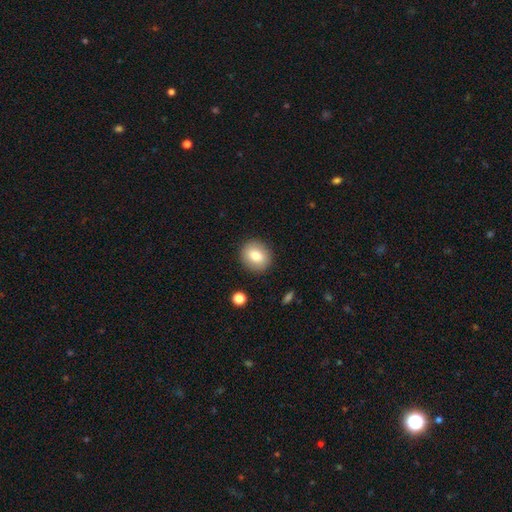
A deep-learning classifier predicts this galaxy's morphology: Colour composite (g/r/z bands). It shows a smooth galaxy with no disk features (80%) that is round (77%). Merging: none (89%).